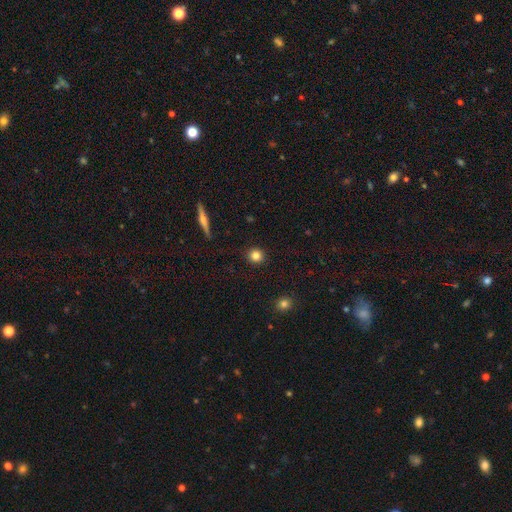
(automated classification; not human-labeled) Q: Smooth or featured?
A: smooth (83%); runner-up: star or artifact (11%)
Q: How rounded?
A: round (90%); runner-up: in between (8%)
Q: Merging?
A: none (91%); runner-up: minor disturbance (6%)